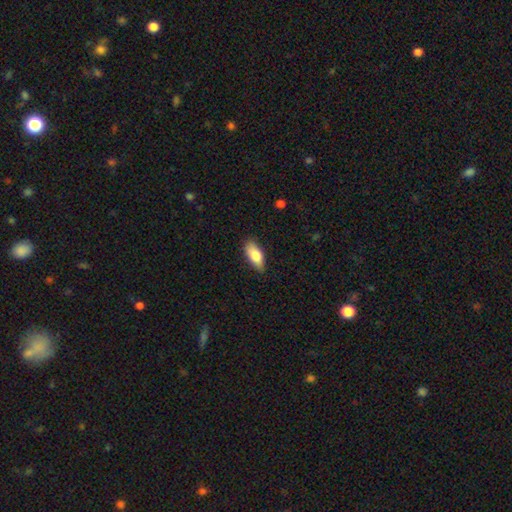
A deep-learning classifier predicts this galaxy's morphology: smooth-or-featured: smooth: 81% | featured or disk: 13% | star or artifact: 6%
  how-rounded: in between: 87% | cigar-shaped: 10% | round: 3%
  merging: none: 82% | minor disturbance: 14% | major disturbance: 2% | merger: 1%